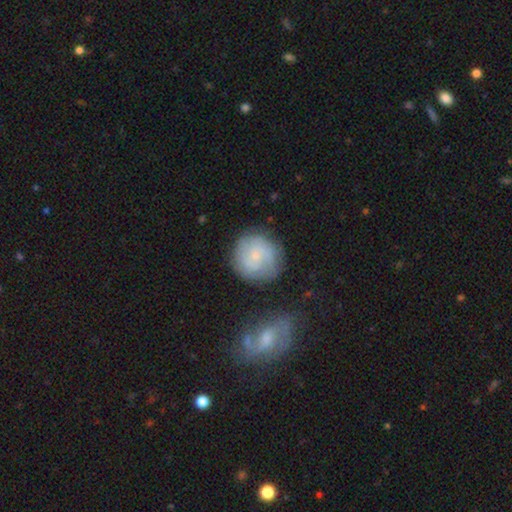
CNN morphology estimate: smooth_or_featured: featured or disk (p=0.51) [alt: smooth p=0.42]
disk_edge_on: no (p=0.97) [alt: yes p=0.03]
merging: none (p=0.70) [alt: minor disturbance p=0.16]